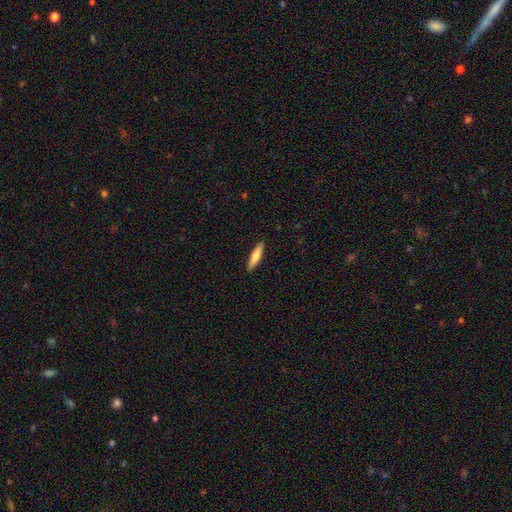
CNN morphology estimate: Overall: smooth (71%). How rounded: cigar-shaped (80%). Merging: none (91%).